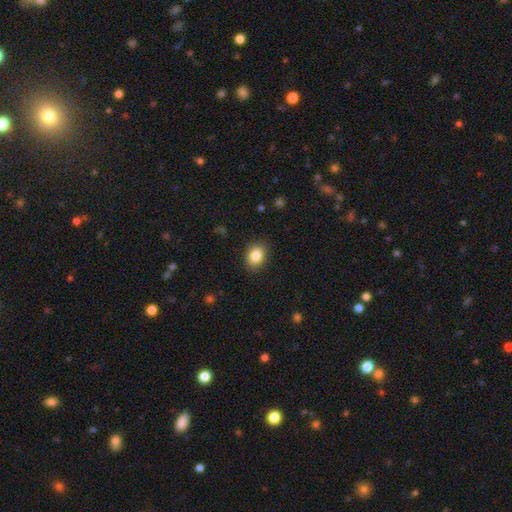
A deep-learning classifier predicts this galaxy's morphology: type=smooth (85%); roundness=in between (61%); merging=none (88%).